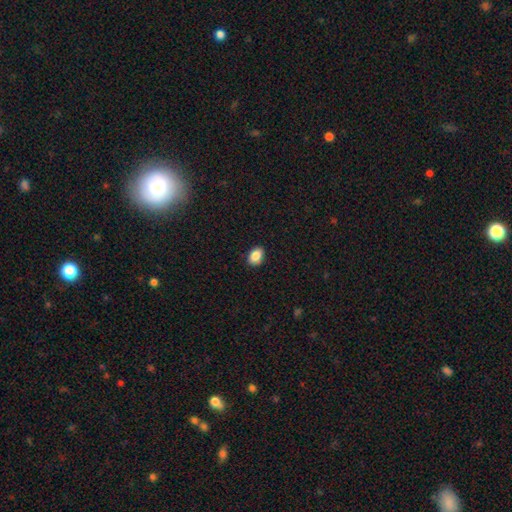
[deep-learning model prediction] Morphology: type=smooth (87%); roundness=in between (80%); merging=none (87%).